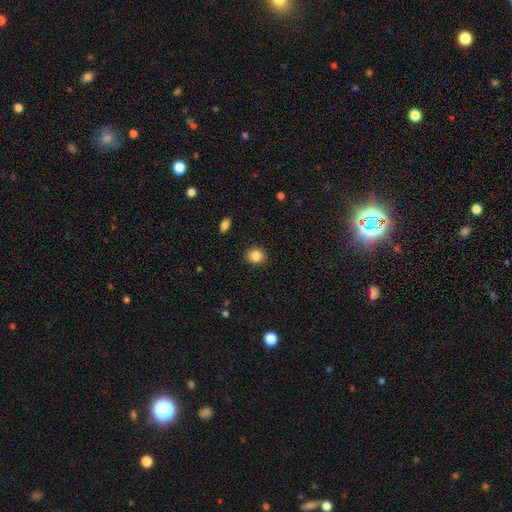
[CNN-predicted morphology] A smooth galaxy with no disk features (86%) that is round (73%).

Vote fractions:
- Smooth or featured? smooth: 86% / star or artifact: 10% / featured or disk: 4%
- How rounded? round: 73% / in between: 25% / cigar-shaped: 1%
- Merging? none: 87% / minor disturbance: 9% / major disturbance: 3% / merger: 1%